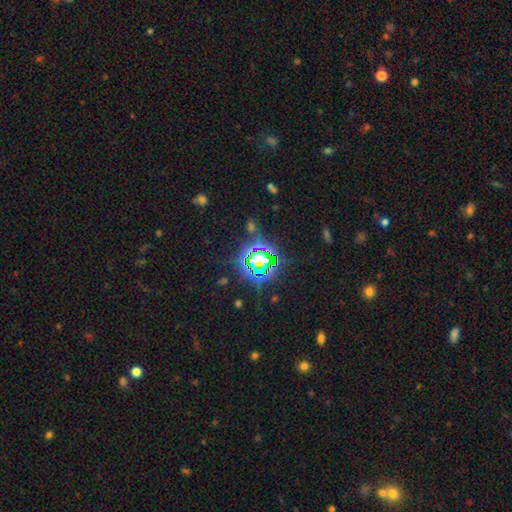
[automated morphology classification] smooth-or-featured: star or artifact: 83% | smooth: 11% | featured or disk: 7%